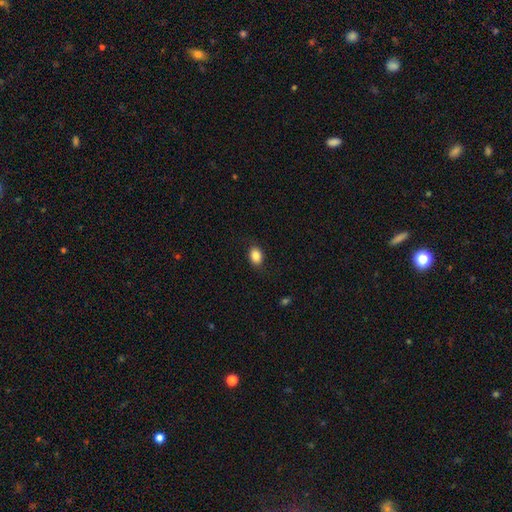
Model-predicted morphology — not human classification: The model was most divided on "how rounded": in between: 74%, round: 24%, cigar-shaped: 1%. More confident: smooth or featured — smooth (87%); merging — none (83%).